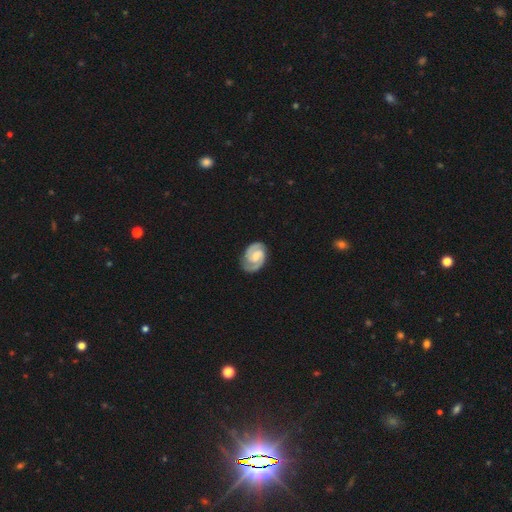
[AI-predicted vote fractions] Morphology: type=featured or disk (86%); edge-on=no (98%); bar=weak (49%); spiral arms=yes (98%); winding=tight (50%); arm count=2 (92%); bulge=moderate (35%); merging=none (83%).